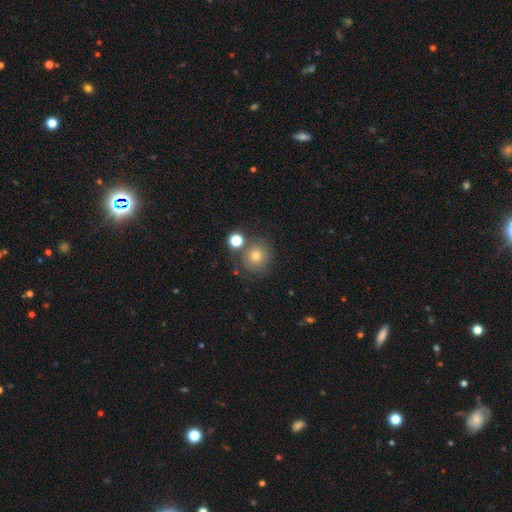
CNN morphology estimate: This appears to be a smooth galaxy with no disk features (70%) that is round (90%). Merging: none (70%).